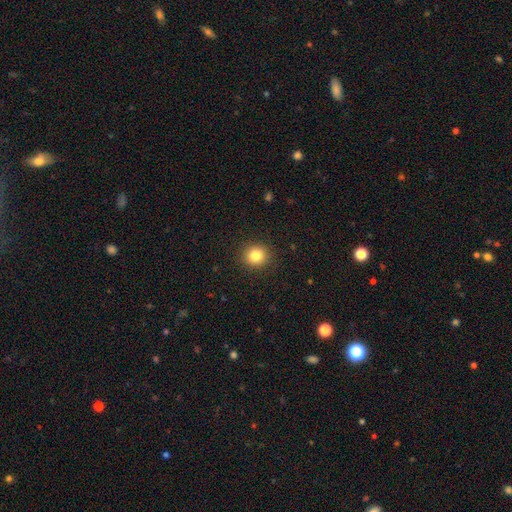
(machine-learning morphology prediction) A smooth galaxy with no disk features (83%) that is round (88%). Merging: none (91%).